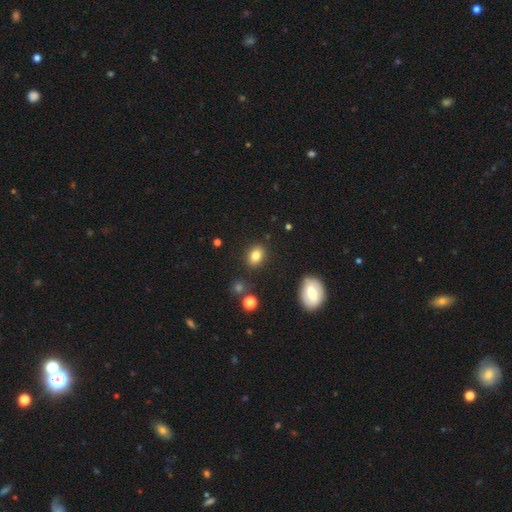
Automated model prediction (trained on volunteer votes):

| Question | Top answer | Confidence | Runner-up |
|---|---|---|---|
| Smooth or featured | smooth | 81% | star or artifact (11%) |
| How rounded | in between | 67% | round (32%) |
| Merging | none | 86% | minor disturbance (9%) |